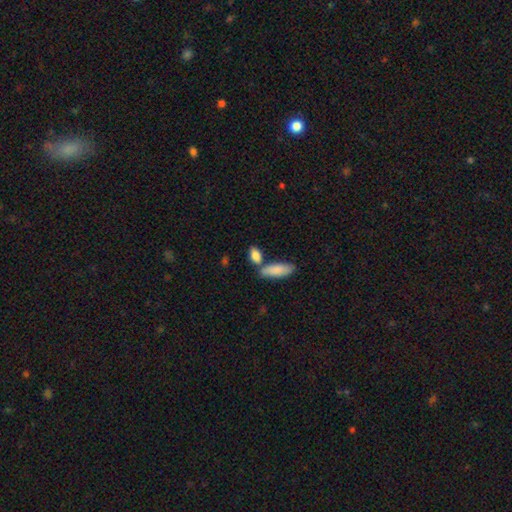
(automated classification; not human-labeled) smooth_or_featured: smooth (p=0.84) [alt: featured or disk p=0.09]
how_rounded: in between (p=0.79) [alt: cigar-shaped p=0.15]
merging: none (p=0.58) [alt: merger p=0.25]